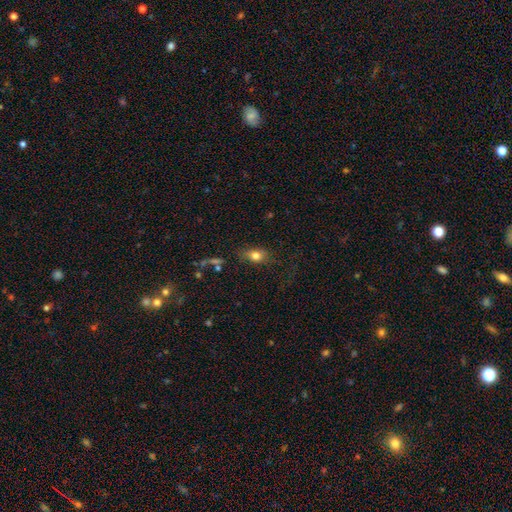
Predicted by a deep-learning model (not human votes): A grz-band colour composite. It shows a smooth galaxy with no disk features (78%) that is in between round and cigar-shaped (74%). Merging: none (69%).